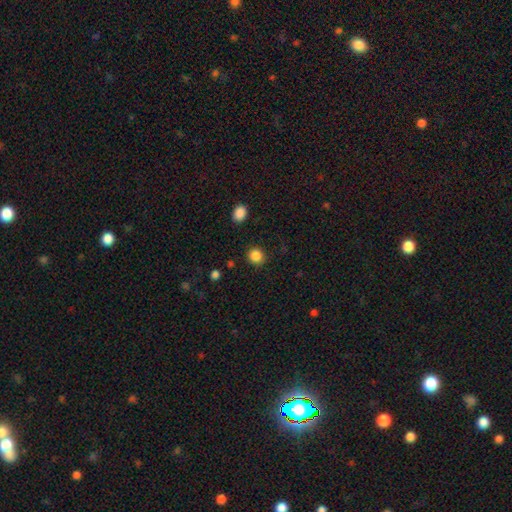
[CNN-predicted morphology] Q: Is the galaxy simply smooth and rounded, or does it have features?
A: smooth — 86%.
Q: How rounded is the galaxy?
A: round — 88%.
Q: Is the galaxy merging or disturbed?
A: none — 89%.